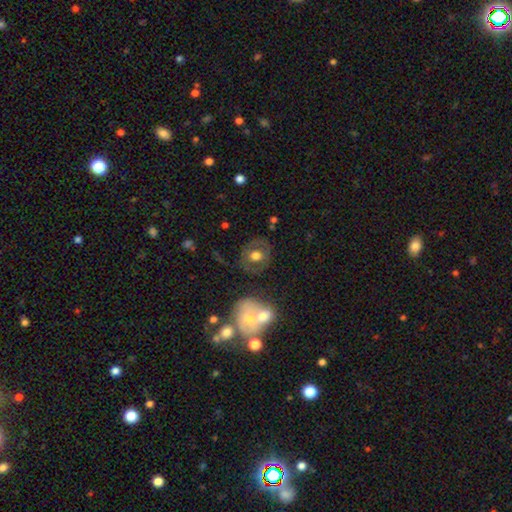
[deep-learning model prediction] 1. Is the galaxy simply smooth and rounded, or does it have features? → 52% smooth, 40% featured or disk, 8% star or artifact.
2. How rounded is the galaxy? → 77% round, 22% in between, 1% cigar-shaped.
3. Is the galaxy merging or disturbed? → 72% none, 13% minor disturbance, 9% merger, 7% major disturbance.